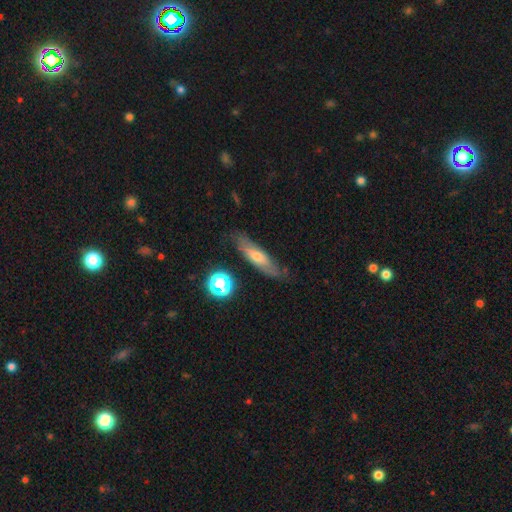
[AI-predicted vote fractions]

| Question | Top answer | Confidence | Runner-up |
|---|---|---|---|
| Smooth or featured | featured or disk | 48% | smooth (40%) |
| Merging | none | 78% | minor disturbance (16%) |